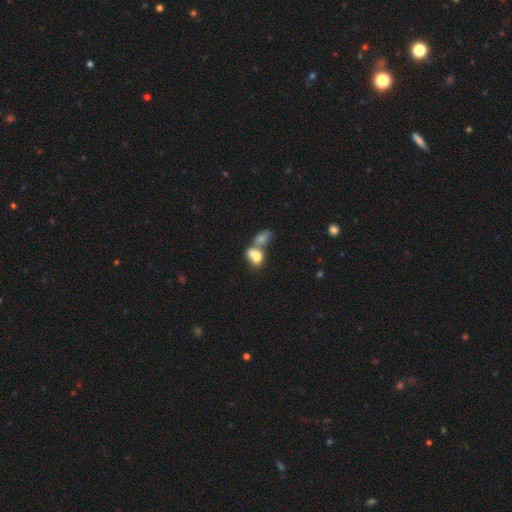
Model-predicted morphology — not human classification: This appears to be a smooth galaxy with no disk features (73%) that is in between round and cigar-shaped (71%). Merging: merger (75%).